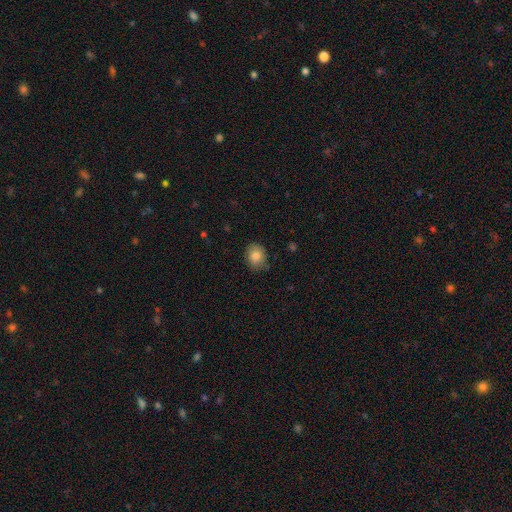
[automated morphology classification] A smooth galaxy with no disk features (84%) that is round (56%).

Vote fractions:
- Smooth or featured? smooth: 84% / star or artifact: 8% / featured or disk: 8%
- How rounded? round: 56% / in between: 43% / cigar-shaped: 1%
- Merging? none: 79% / minor disturbance: 17% / major disturbance: 3% / merger: 1%